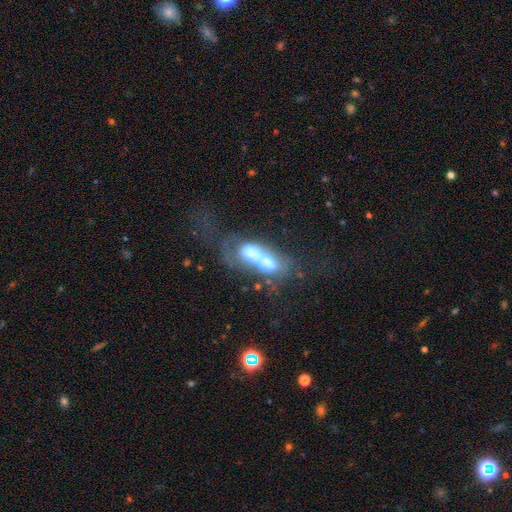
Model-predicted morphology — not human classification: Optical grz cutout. It shows a smooth galaxy with no disk features (49%). Merging: merger (76%).